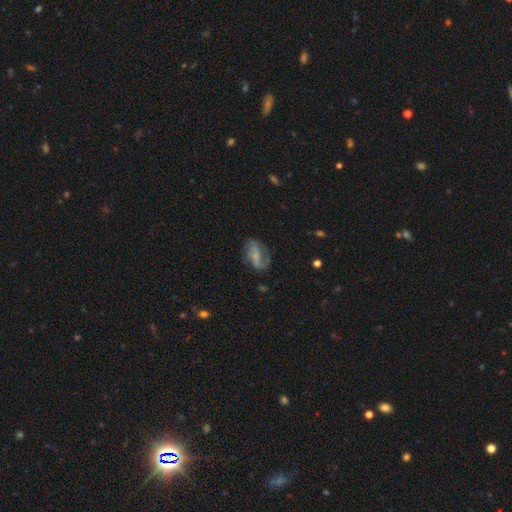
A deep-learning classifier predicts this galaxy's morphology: Smooth or featured?
  - featured or disk: 62% *
  - smooth: 29%
  - star or artifact: 8%
Edge-on disk?
  - no: 96% *
  - yes: 4%
Bar?
  - no: 42% *
  - weak: 40%
  - strong: 18%
Spiral arms?
  - yes: 83% *
  - no: 17%
Bulge size?
  - small: 50% *
  - none: 25%
  - moderate: 21%
  - large: 3%
  - dominant: 1%
Merging?
  - none: 57% *
  - minor disturbance: 24%
  - major disturbance: 17%
  - merger: 3%